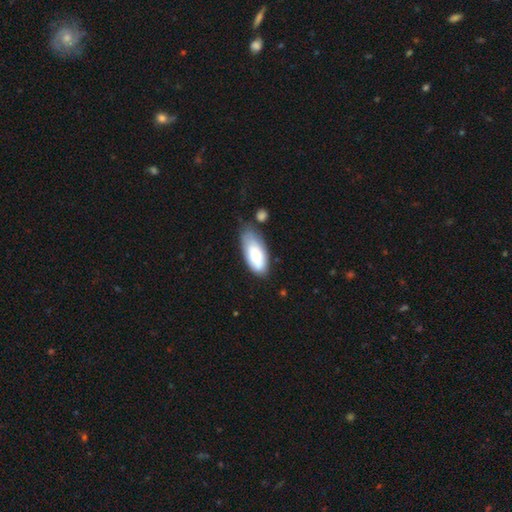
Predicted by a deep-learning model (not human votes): smooth_or_featured: smooth (p=0.71) [alt: featured or disk p=0.23]
how_rounded: in between (p=0.88) [alt: cigar-shaped p=0.10]
merging: none (p=0.53) [alt: minor disturbance p=0.30]